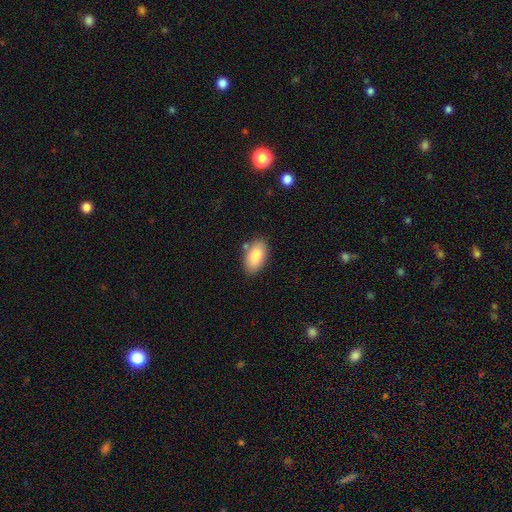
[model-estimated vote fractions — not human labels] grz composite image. It shows a smooth galaxy with no disk features (83%) that is in between round and cigar-shaped (93%). Merging: none (80%).